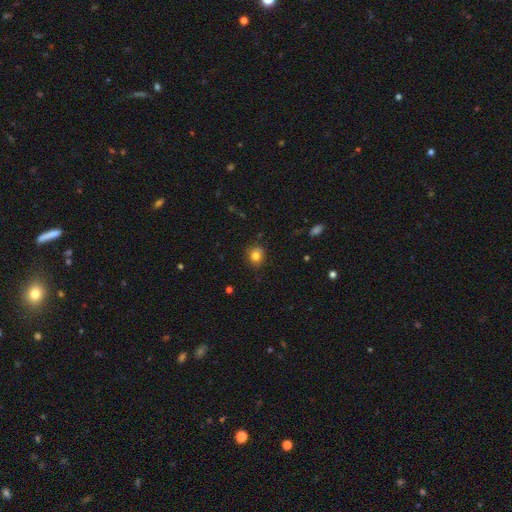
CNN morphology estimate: Smooth or featured? Predicted: smooth (p=0.81). How rounded? Predicted: round (p=0.76). Merging? Predicted: none (p=0.82).